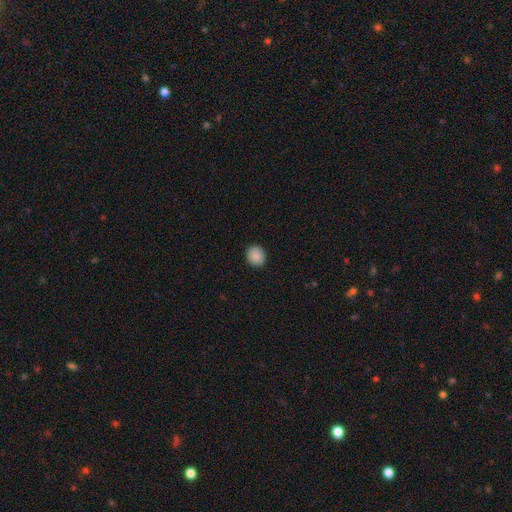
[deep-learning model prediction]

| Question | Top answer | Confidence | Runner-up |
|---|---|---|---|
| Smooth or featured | smooth | 88% | star or artifact (8%) |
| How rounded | round | 78% | in between (21%) |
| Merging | none | 90% | minor disturbance (7%) |